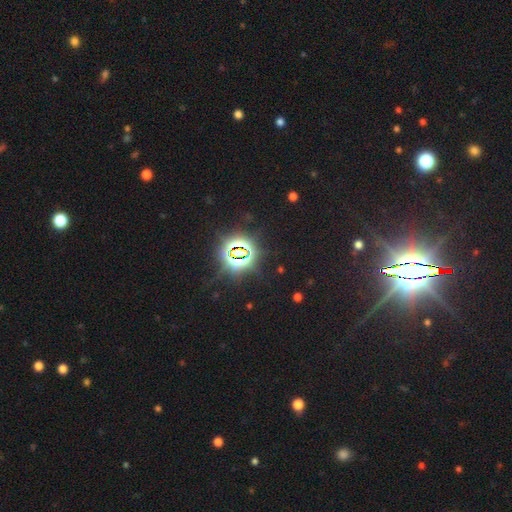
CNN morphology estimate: Smooth or featured: star or artifact — 83% (smooth — 8%)